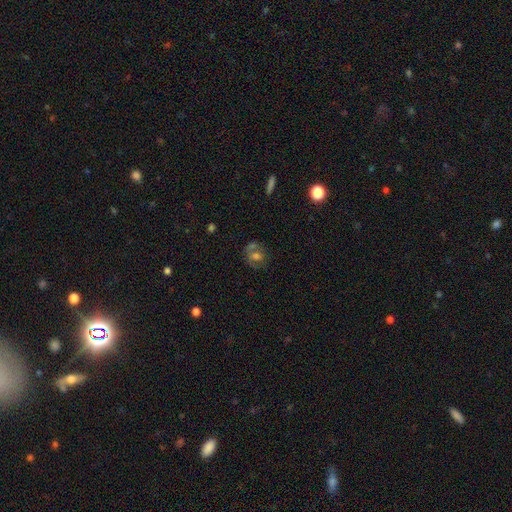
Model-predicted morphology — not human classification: A smooth galaxy with no disk features (43%). Merging: none (56%).